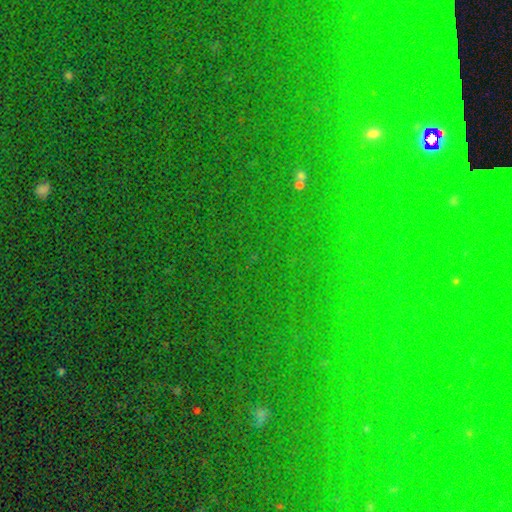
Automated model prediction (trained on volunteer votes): The model was most divided on "smooth or featured": star or artifact: 77%, smooth: 13%, featured or disk: 10%.